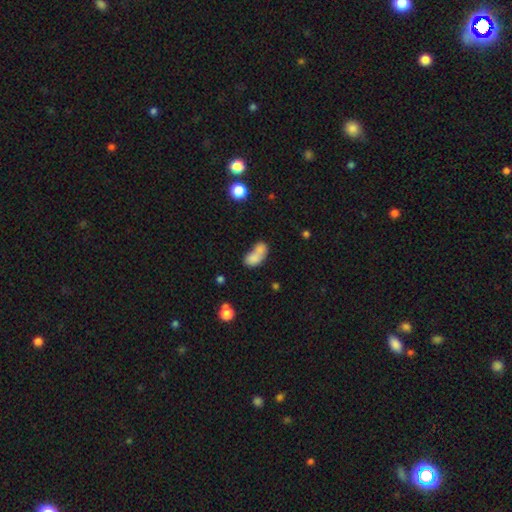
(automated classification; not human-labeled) A smooth galaxy with no disk features (75%) that is in between round and cigar-shaped (82%). Merging: merger (63%).